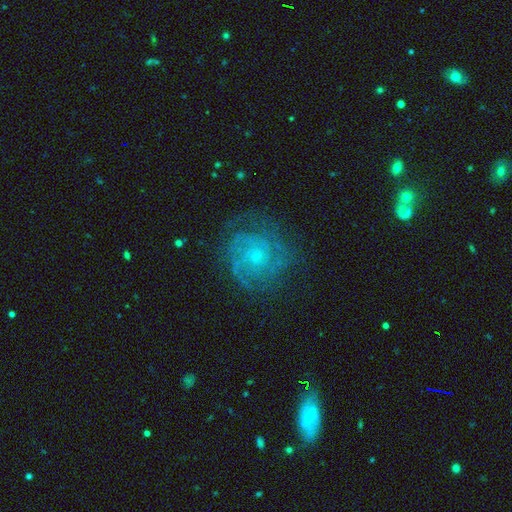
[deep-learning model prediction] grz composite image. It shows a featured or disk galaxy (76%) with no bar (77%), tight (59%) spiral arms (90%) and a small central bulge (71%). Merging: none (69%).